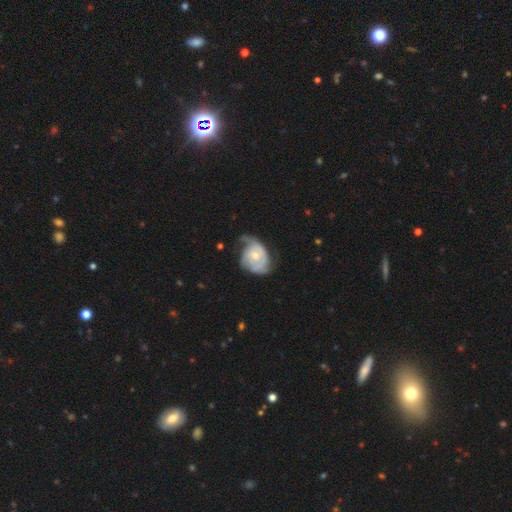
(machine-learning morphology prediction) This is likely a featured or disk galaxy (72%). It is clearly not viewed edge-on (97%). Bar: likely no (74%). Spiral arm pattern: clearly yes (86%). Spiral arm count: marginally 2 (35%). Spiral winding: possibly tight (50%). Central bulge: possibly small (48%). Merging: marginally none (37%).